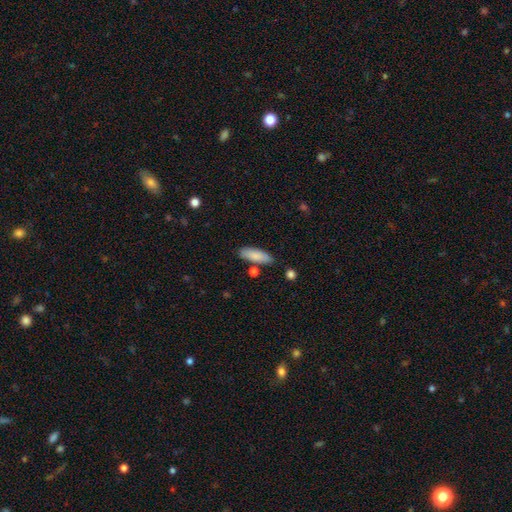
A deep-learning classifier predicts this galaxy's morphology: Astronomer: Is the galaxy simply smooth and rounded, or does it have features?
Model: smooth — 86%.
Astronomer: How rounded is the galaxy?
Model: in between — 63%.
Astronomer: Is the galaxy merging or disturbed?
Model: none — 79%.